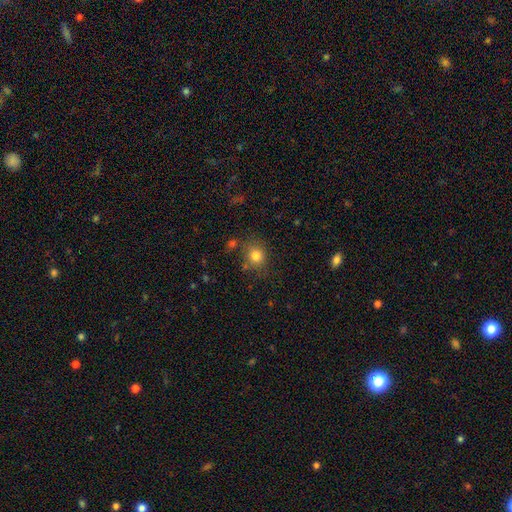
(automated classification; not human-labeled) This is clearly a smooth galaxy (80%). How rounded: clearly round (83%). Merging: likely none (76%).